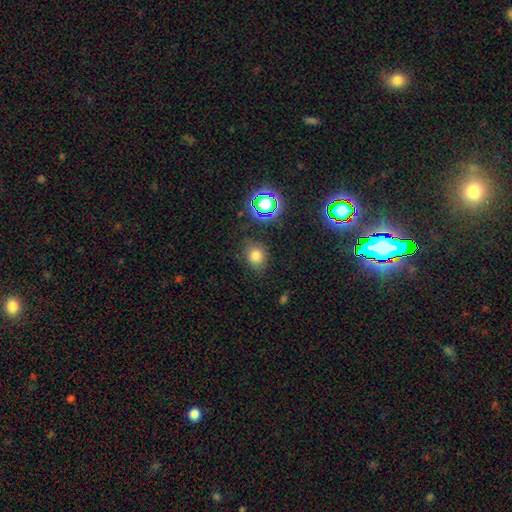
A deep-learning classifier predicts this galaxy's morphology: Smooth or featured? Predicted: smooth (p=0.74). How rounded? Predicted: round (p=0.62). Merging? Predicted: none (p=0.78).